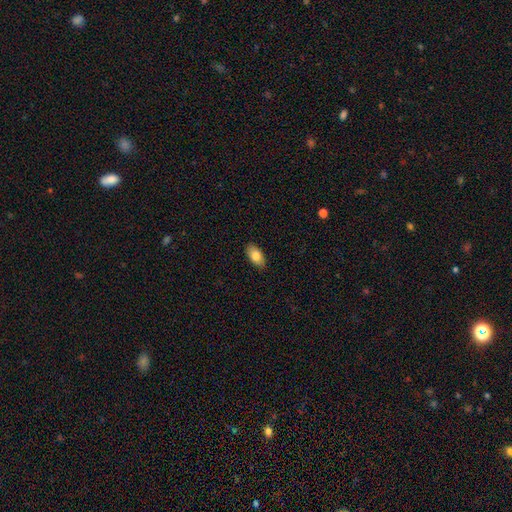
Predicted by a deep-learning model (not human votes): This appears to be a smooth galaxy with no disk features (80%) that is in between round and cigar-shaped (93%). Merging: none (88%).